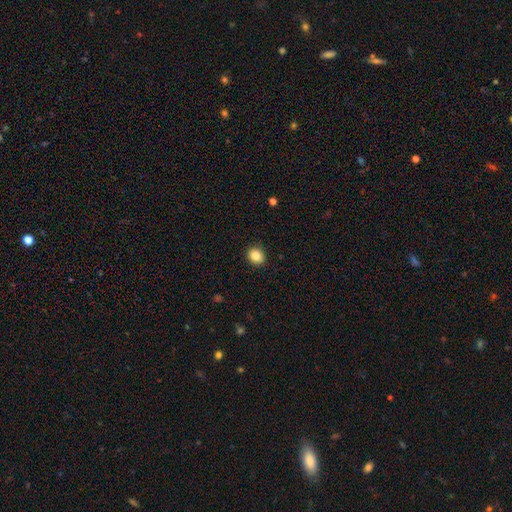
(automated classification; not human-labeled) Overall: smooth (86%). How rounded: round (68%; in between 31%). Merging: none (90%).